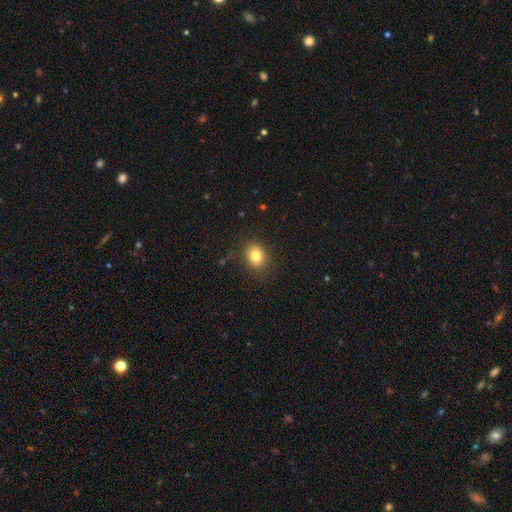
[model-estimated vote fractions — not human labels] A smooth galaxy with no disk features (80%) that is round (52%).

Vote fractions:
- Smooth or featured? smooth: 80% / star or artifact: 12% / featured or disk: 8%
- How rounded? round: 52% / in between: 47% / cigar-shaped: 1%
- Merging? none: 85% / minor disturbance: 11% / major disturbance: 3% / merger: 1%